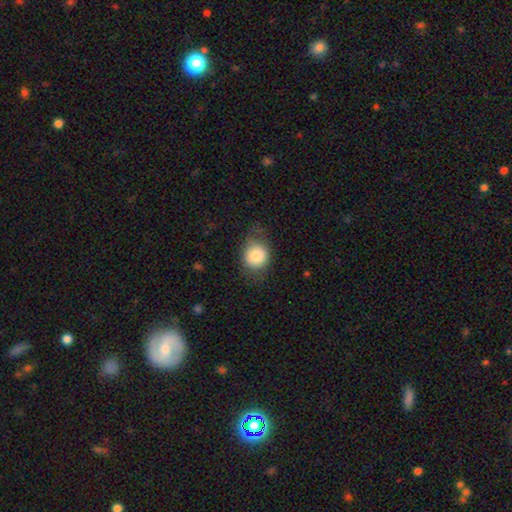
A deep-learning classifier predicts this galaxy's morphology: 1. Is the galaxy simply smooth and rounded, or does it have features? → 80% smooth, 11% featured or disk, 9% star or artifact.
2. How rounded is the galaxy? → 73% round, 26% in between, 1% cigar-shaped.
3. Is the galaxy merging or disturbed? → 65% none, 24% minor disturbance, 10% major disturbance, 1% merger.